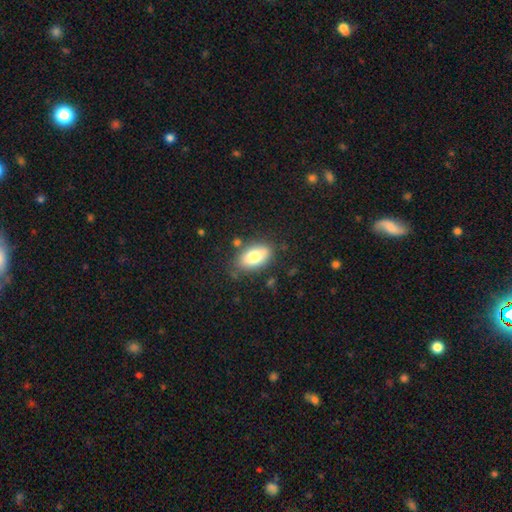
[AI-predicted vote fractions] Q: Smooth or featured?
A: smooth (78%); runner-up: featured or disk (15%)
Q: How rounded?
A: in between (92%); runner-up: round (5%)
Q: Merging?
A: none (80%); runner-up: minor disturbance (14%)